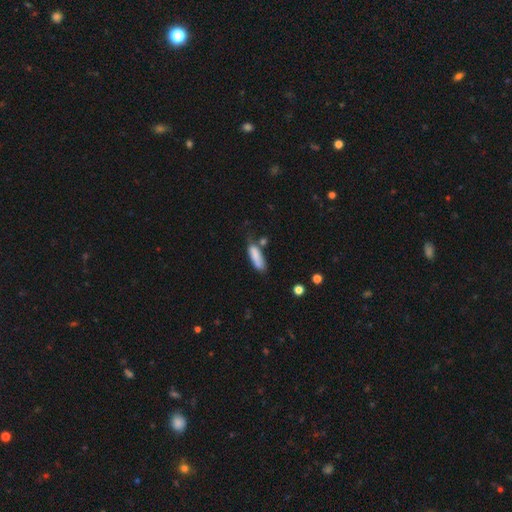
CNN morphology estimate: A smooth galaxy with no disk features (80%) that is cigar-shaped (49%, tied with in between). Merging: none (46%).